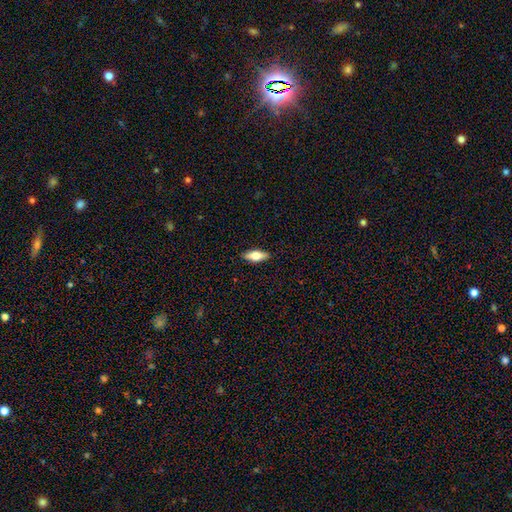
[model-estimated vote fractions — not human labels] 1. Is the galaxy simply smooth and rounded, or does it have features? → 62% smooth, 32% featured or disk, 6% star or artifact.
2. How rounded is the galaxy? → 71% in between, 25% cigar-shaped, 3% round.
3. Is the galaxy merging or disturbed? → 89% none, 8% minor disturbance, 2% major disturbance, 1% merger.